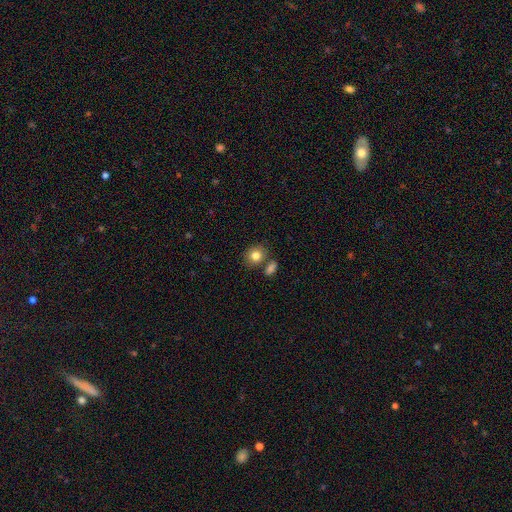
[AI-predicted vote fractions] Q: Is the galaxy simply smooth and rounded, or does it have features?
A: smooth — 83%.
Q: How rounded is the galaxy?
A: round — 68%.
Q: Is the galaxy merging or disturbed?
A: none — 69%.